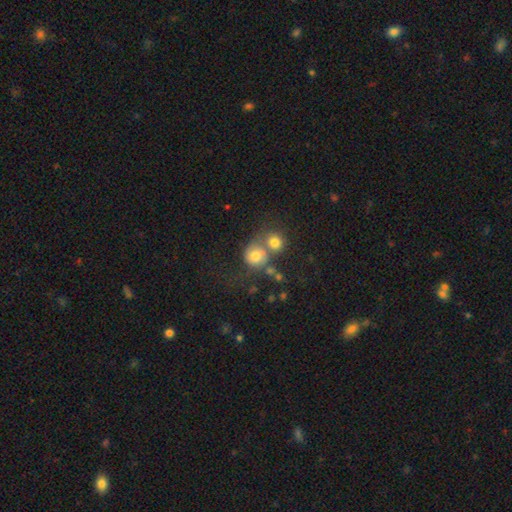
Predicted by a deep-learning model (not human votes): Smooth or featured? smooth (71%)
How rounded? round (82%)
Merging? merger (52%)